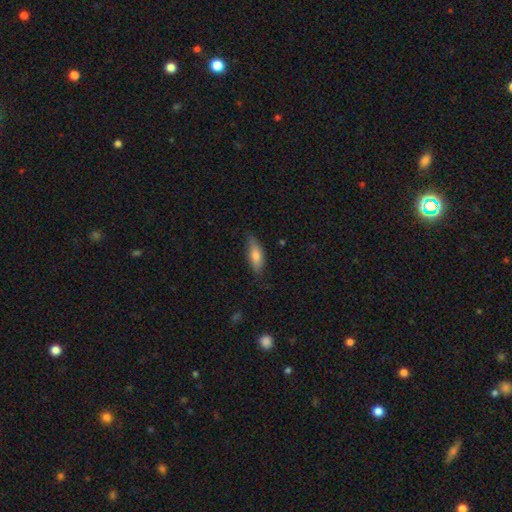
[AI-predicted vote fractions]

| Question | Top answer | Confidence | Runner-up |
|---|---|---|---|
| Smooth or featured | smooth | 72% | featured or disk (22%) |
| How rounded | in between | 66% | cigar-shaped (31%) |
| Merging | none | 72% | minor disturbance (23%) |